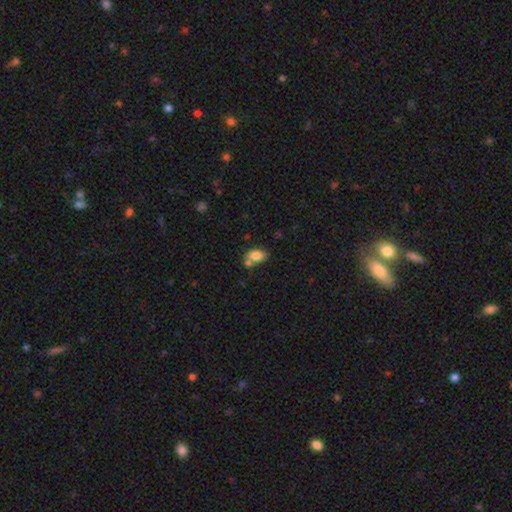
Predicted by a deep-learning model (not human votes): Smooth or featured? smooth (80%)
How rounded? in between (85%)
Merging? none (47%)